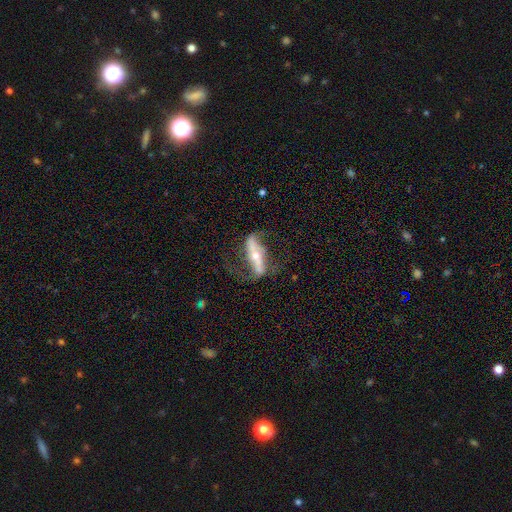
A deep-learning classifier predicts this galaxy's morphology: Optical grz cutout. It shows a featured or disk galaxy (82%) with a strong bar (67%), 2 (90%) loose (67%) spiral arms (86%) and a small central bulge (50%). Merging: none (60%).